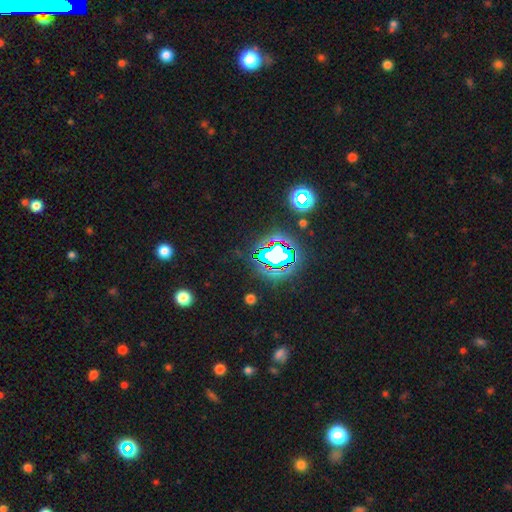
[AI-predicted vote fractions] This is likely a star or artifact rather than a galaxy (79%).